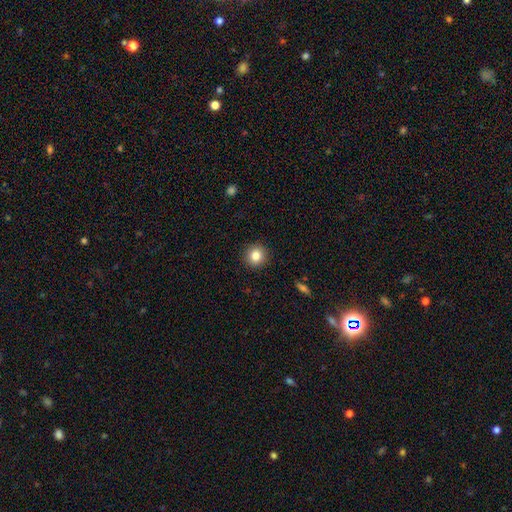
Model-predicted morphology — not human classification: Smooth or featured: smooth — 83% (star or artifact — 10%)
How rounded: round — 94% (in between — 5%)
Merging: none — 92% (minor disturbance — 5%)